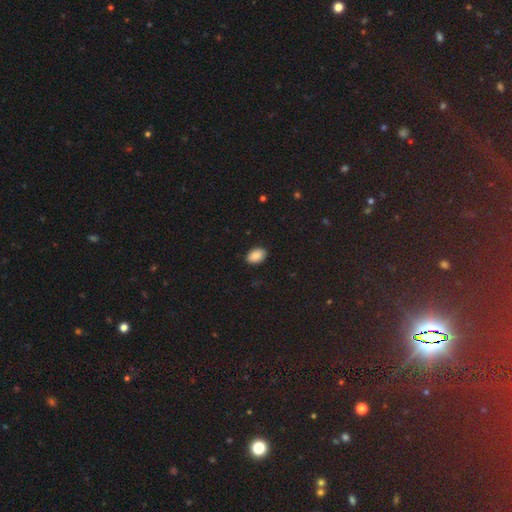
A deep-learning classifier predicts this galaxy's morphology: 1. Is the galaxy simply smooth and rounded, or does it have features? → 89% smooth, 8% star or artifact, 4% featured or disk.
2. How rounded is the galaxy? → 89% in between, 10% round, 1% cigar-shaped.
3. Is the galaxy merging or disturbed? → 88% none, 9% minor disturbance, 2% major disturbance, 1% merger.